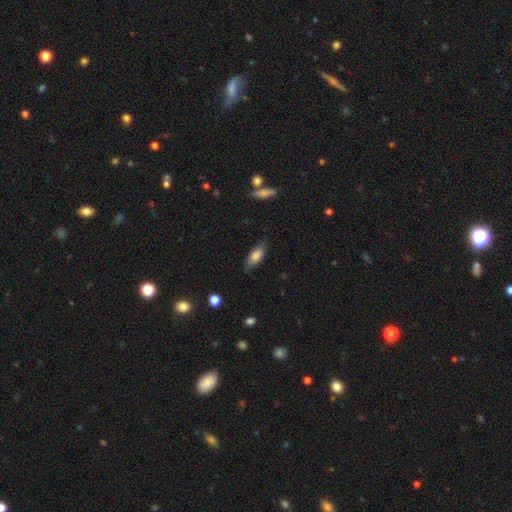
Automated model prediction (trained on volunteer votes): This is likely a smooth galaxy (79%). How rounded: likely in between (73%). Merging: likely none (78%).